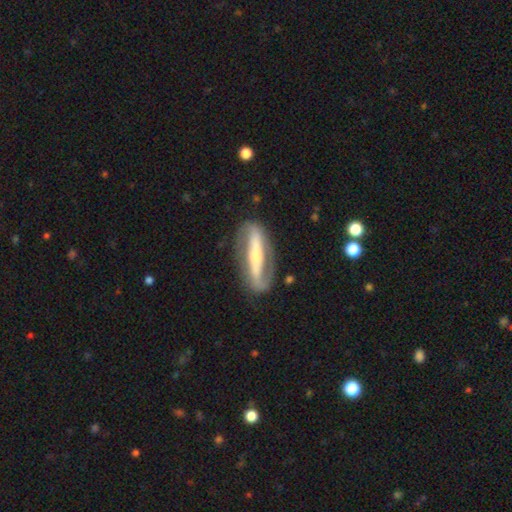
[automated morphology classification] Smooth or featured?
  - featured or disk: 80% *
  - smooth: 15%
  - star or artifact: 5%
Edge-on disk?
  - no: 69% *
  - yes: 31%
Bar?
  - strong: 76% *
  - weak: 12%
  - no: 12%
Spiral arms?
  - yes: 78% *
  - no: 22%
Bulge size?
  - moderate: 45% *
  - small: 42%
  - large: 8%
  - none: 3%
  - dominant: 2%
Merging?
  - none: 80% *
  - minor disturbance: 12%
  - major disturbance: 6%
  - merger: 2%